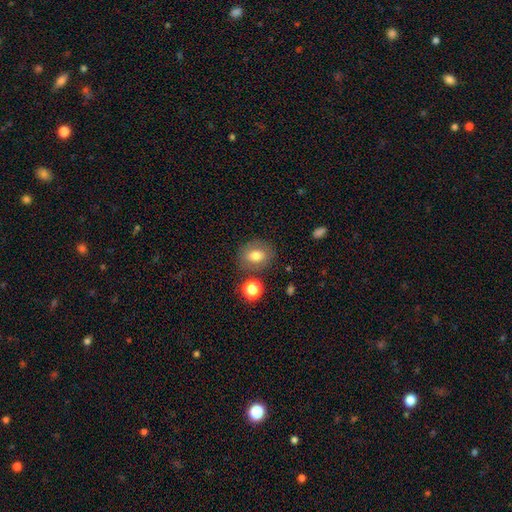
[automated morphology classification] Smooth or featured? smooth (73%)
How rounded? round (53%)
Merging? none (78%)